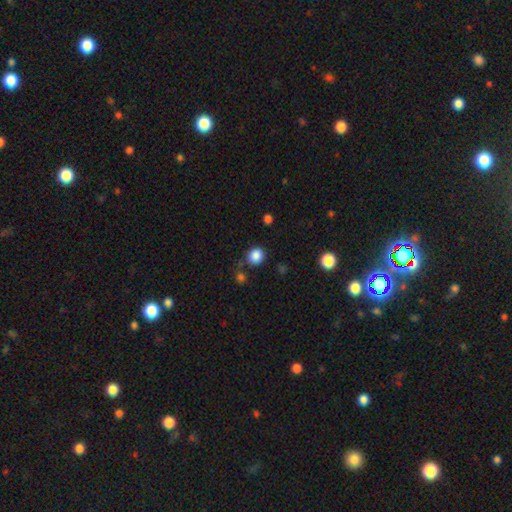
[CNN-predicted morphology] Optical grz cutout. It shows a smooth galaxy with no disk features (86%) that is round (85%). Merging: none (80%).